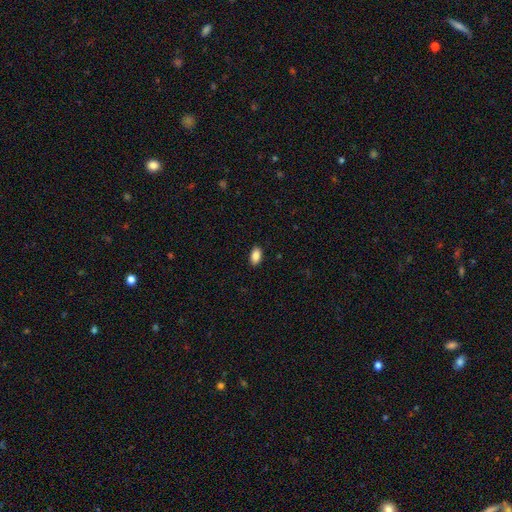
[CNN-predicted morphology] smooth 87%, star or artifact 8%, featured or disk 5%. Down the decision tree: how rounded — in between (92%); merging — none (89%).